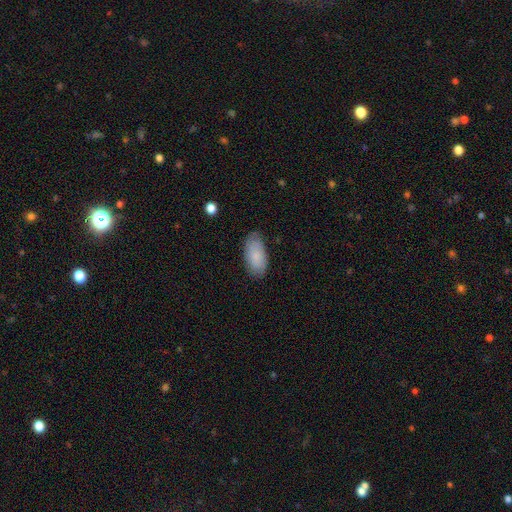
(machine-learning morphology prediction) This appears to be a smooth galaxy with no disk features (81%) that is in between round and cigar-shaped (93%). Merging: none (77%).